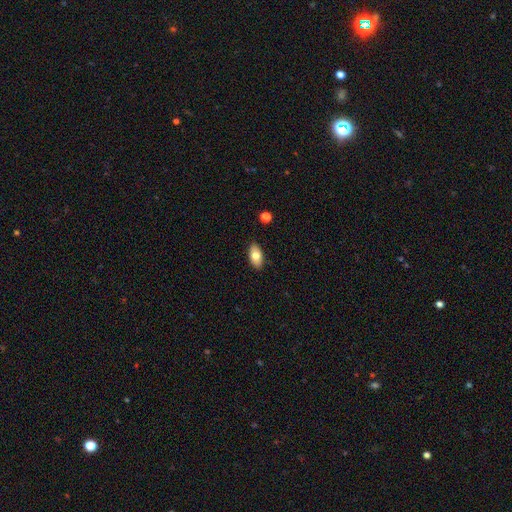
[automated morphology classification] A smooth galaxy with no disk features (76%) that is in between round and cigar-shaped (92%).

Vote fractions:
- Smooth or featured? smooth: 76% / featured or disk: 17% / star or artifact: 7%
- How rounded? in between: 92% / round: 4% / cigar-shaped: 4%
- Merging? none: 88% / minor disturbance: 9% / major disturbance: 2% / merger: 1%